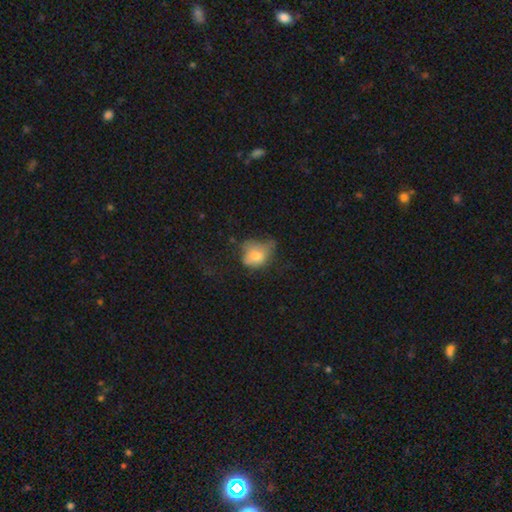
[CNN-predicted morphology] Smooth or featured?
  - smooth: 67% *
  - featured or disk: 21%
  - star or artifact: 12%
How rounded?
  - in between: 51% *
  - round: 47%
  - cigar-shaped: 1%
Merging?
  - minor disturbance: 34% *
  - none: 31%
  - major disturbance: 31%
  - merger: 4%